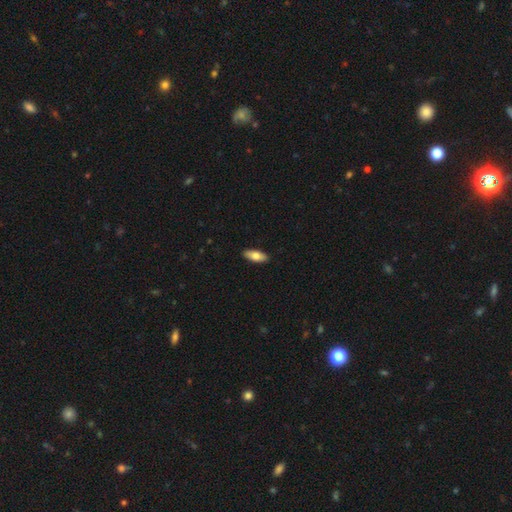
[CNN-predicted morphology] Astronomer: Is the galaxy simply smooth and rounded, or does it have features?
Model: smooth — 76%.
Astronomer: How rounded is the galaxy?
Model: in between — 76%.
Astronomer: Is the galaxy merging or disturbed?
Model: none — 90%.